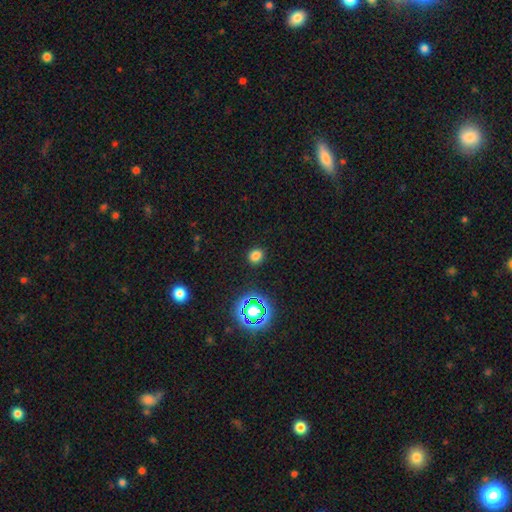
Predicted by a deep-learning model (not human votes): Overall: smooth (75%). How rounded: round (79%). Merging: none (90%).